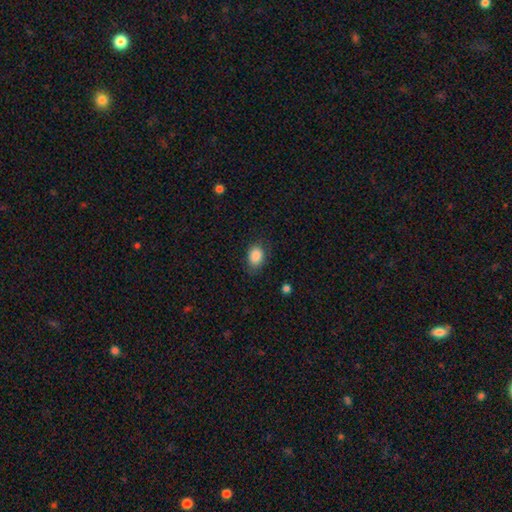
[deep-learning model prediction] This appears to be a smooth galaxy with no disk features (87%) that is in between round and cigar-shaped (74%). Merging: none (75%).